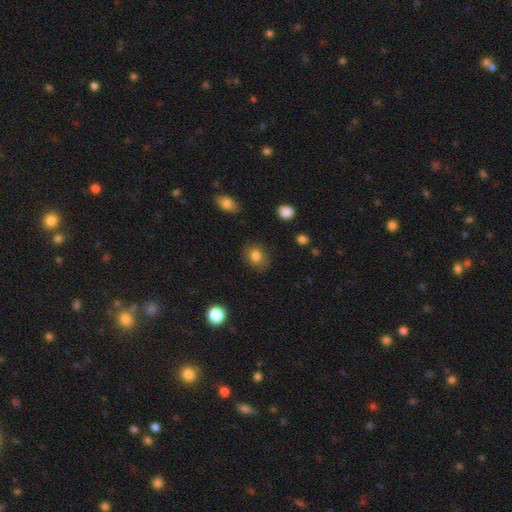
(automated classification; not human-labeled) smooth_or_featured: smooth (p=0.80) [alt: featured or disk p=0.10]
how_rounded: round (p=0.52) [alt: in between p=0.47]
merging: none (p=0.80) [alt: minor disturbance p=0.14]